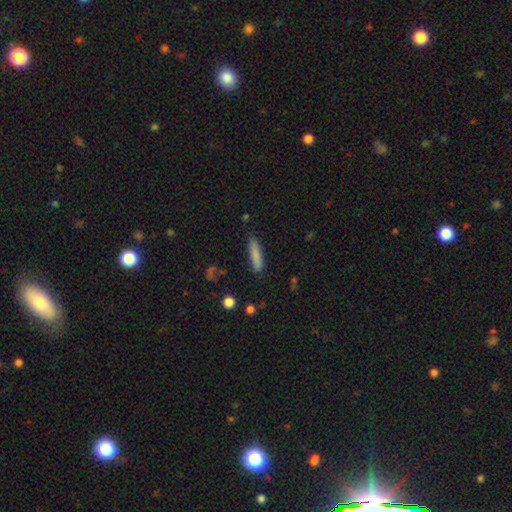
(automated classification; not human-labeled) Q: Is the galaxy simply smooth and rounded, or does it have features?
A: smooth — 83%.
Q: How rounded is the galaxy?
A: cigar-shaped — 80%.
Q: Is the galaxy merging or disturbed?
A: none — 85%.